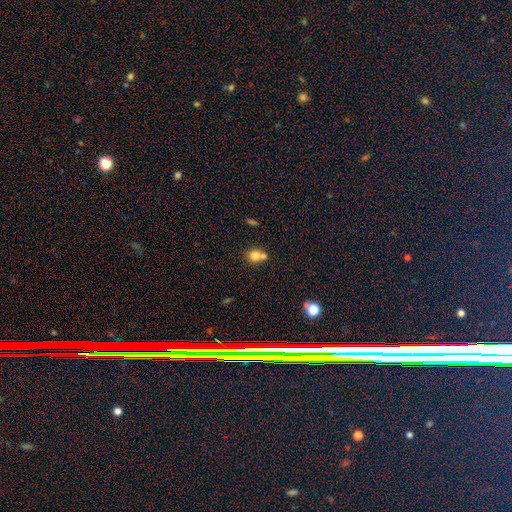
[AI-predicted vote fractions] The model was most divided on "merging": merger: 49%, none: 40%, minor disturbance: 8%, major disturbance: 3%. More confident: smooth or featured — smooth (77%); how rounded — round (76%).